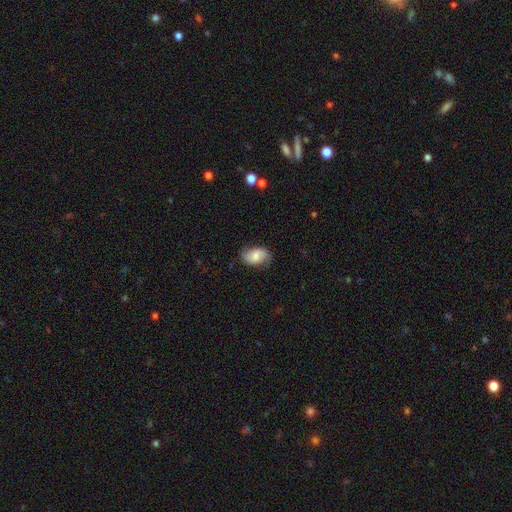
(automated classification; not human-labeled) A smooth galaxy with no disk features (56%) that is in between round and cigar-shaped (86%).

Vote fractions:
- Smooth or featured? smooth: 56% / featured or disk: 36% / star or artifact: 8%
- How rounded? in between: 86% / round: 12% / cigar-shaped: 1%
- Merging? none: 71% / minor disturbance: 22% / major disturbance: 6% / merger: 1%